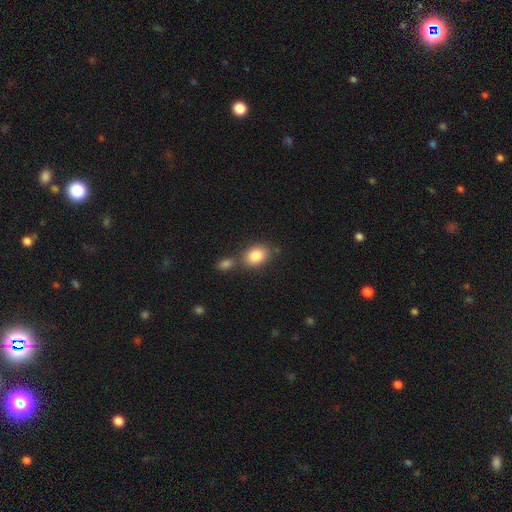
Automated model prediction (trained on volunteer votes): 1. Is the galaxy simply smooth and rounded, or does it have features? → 83% smooth, 8% star or artifact, 8% featured or disk.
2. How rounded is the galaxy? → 73% in between, 26% round, 1% cigar-shaped.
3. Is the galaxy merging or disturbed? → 59% none, 25% merger, 12% minor disturbance, 4% major disturbance.